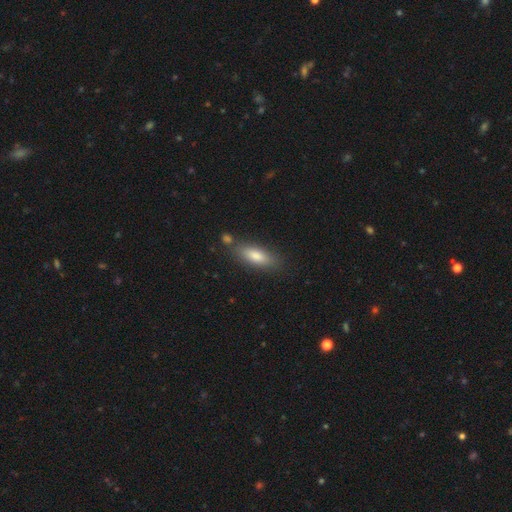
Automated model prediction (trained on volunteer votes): Morphology: type=smooth (78%); roundness=in between (61%); merging=none (77%).